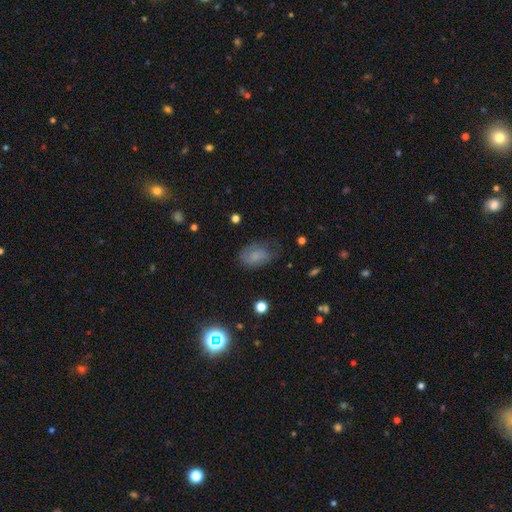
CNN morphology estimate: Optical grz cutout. It shows a smooth galaxy with no disk features (68%) that is in between round and cigar-shaped (81%). Merging: none (54%).